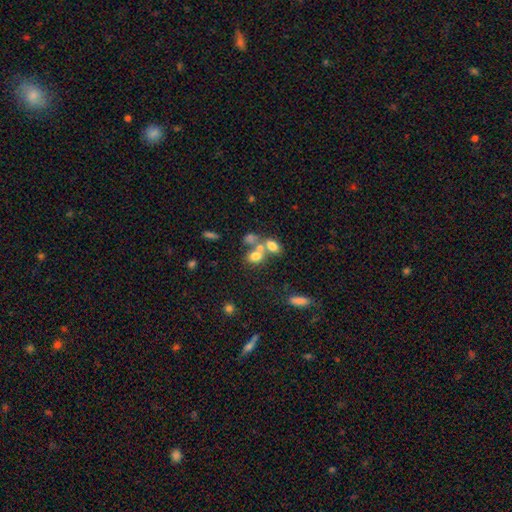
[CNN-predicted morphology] Smooth or featured? smooth (67%)
How rounded? in between (59%)
Merging? merger (48%)